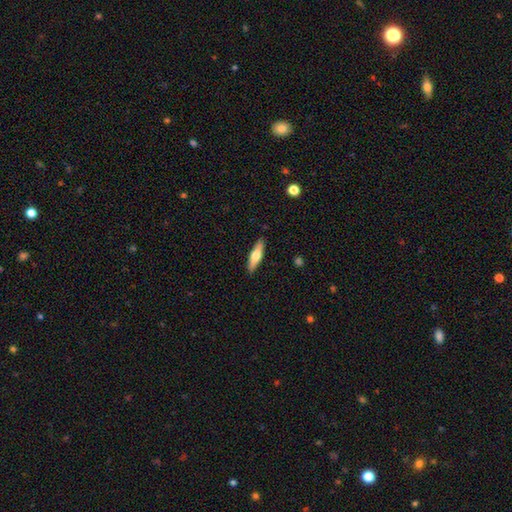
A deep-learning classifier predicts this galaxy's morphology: smooth_or_featured: smooth (p=0.50) [alt: featured or disk p=0.45]
merging: none (p=0.89) [alt: minor disturbance p=0.09]